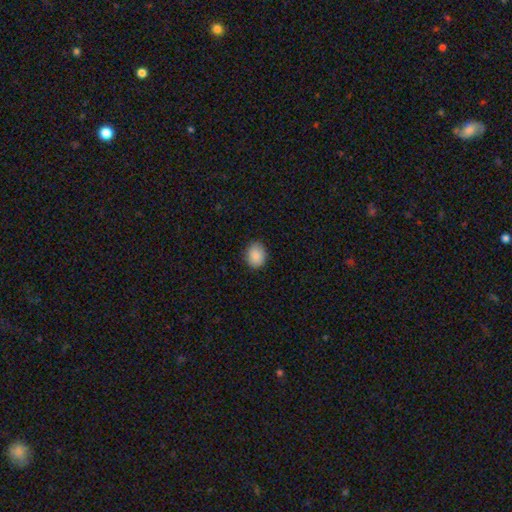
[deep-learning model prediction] A smooth galaxy with no disk features (89%) that is in between round and cigar-shaped (53%). Merging: none (86%).